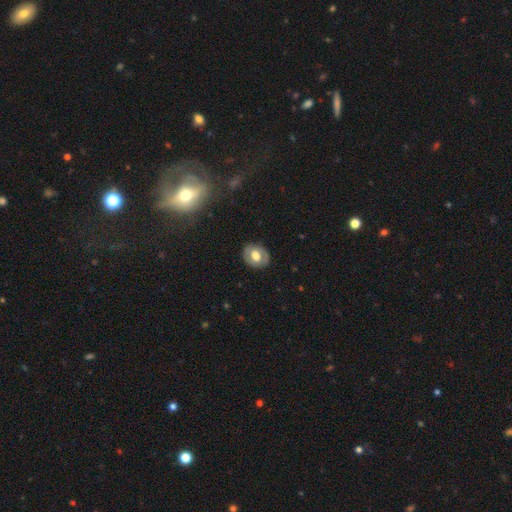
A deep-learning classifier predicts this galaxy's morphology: The model was most divided on "how rounded": round: 56%, in between: 43%, cigar-shaped: 1%. More confident: merging — none (84%); smooth or featured — smooth (53%).